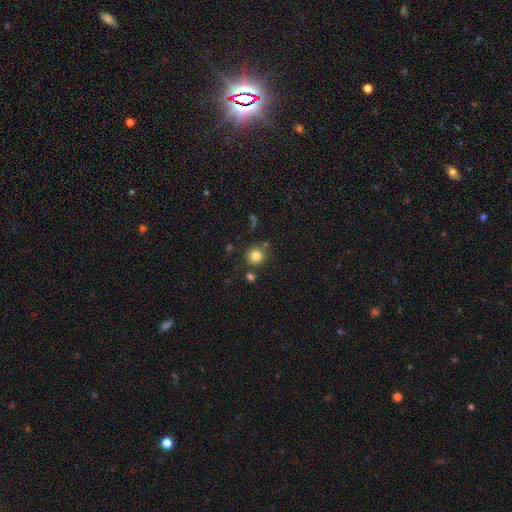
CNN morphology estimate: smooth_or_featured: smooth (p=0.82) [alt: star or artifact p=0.11]
how_rounded: round (p=0.92) [alt: in between p=0.07]
merging: none (p=0.80) [alt: minor disturbance p=0.09]